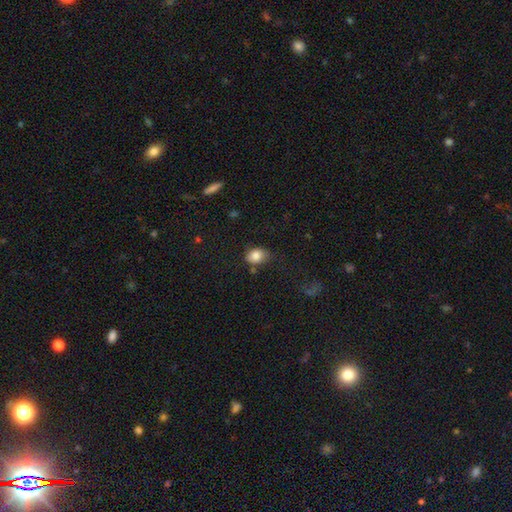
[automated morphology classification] The model was most divided on "how rounded": in between: 61%, round: 38%, cigar-shaped: 1%. More confident: smooth or featured — smooth (84%); merging — none (59%).